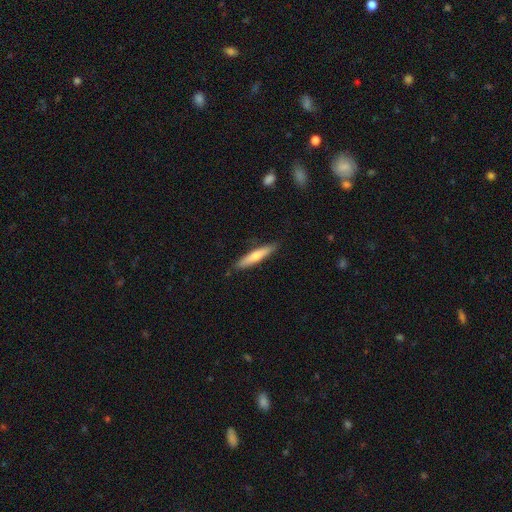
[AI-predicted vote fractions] A smooth galaxy with no disk features (58%) that is cigar-shaped (90%).

Vote fractions:
- Smooth or featured? smooth: 58% / featured or disk: 36% / star or artifact: 5%
- How rounded? cigar-shaped: 90% / in between: 9% / round: 1%
- Merging? none: 88% / minor disturbance: 9% / major disturbance: 2% / merger: 1%